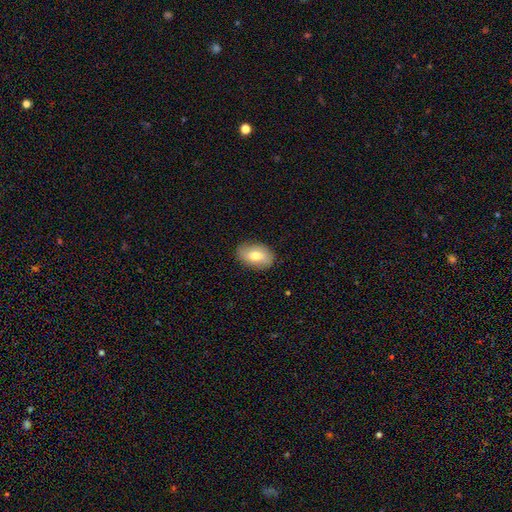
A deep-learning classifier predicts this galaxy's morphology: Overall: smooth (70%). How rounded: in between (89%). Merging: none (85%).